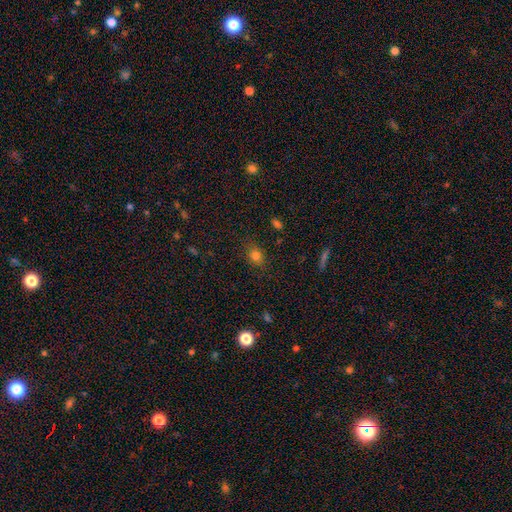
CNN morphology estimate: type=smooth (78%); roundness=in between (55%); merging=none (80%).